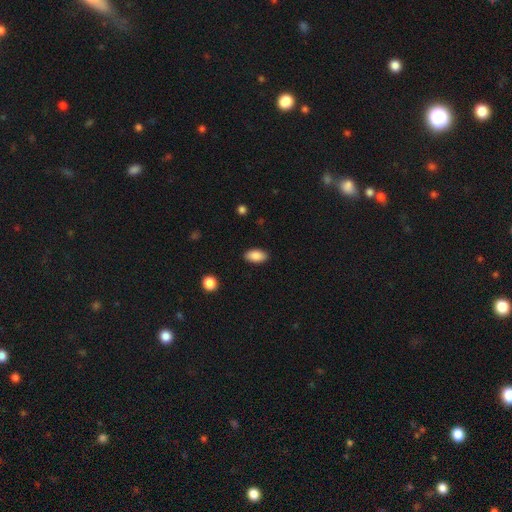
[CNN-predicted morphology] type=smooth (88%); roundness=in between (93%); merging=none (88%).